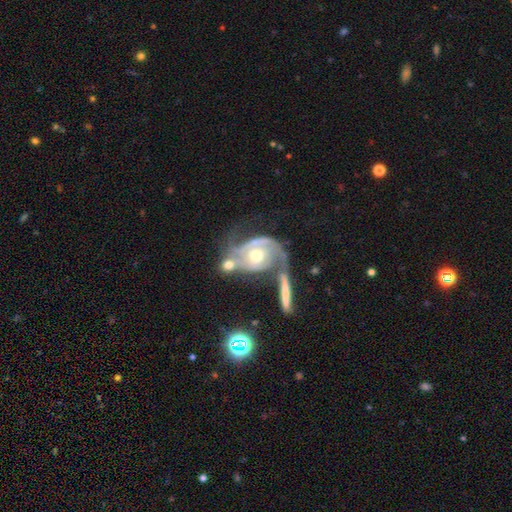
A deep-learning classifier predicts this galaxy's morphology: This appears to be a featured or disk galaxy (86%) with no bar (63%), 2 (66%) medium (42%) spiral arms (94%) and a moderate central bulge (63%). Merging: merger (35%).